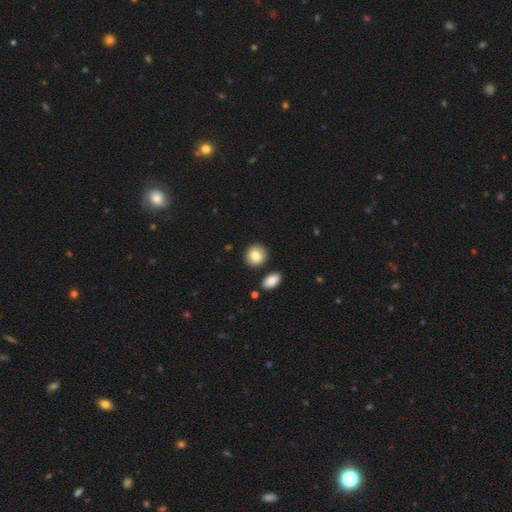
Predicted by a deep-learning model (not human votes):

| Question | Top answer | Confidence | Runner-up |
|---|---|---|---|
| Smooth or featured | smooth | 84% | featured or disk (8%) |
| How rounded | round | 75% | in between (23%) |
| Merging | none | 85% | minor disturbance (8%) |